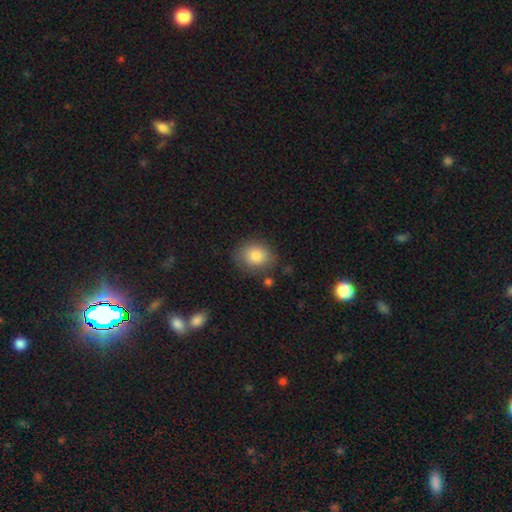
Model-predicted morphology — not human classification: A smooth galaxy with no disk features (86%) that is round (61%).

Vote fractions:
- Smooth or featured? smooth: 86% / star or artifact: 8% / featured or disk: 7%
- How rounded? round: 61% / in between: 38% / cigar-shaped: 1%
- Merging? none: 78% / minor disturbance: 15% / major disturbance: 4% / merger: 3%